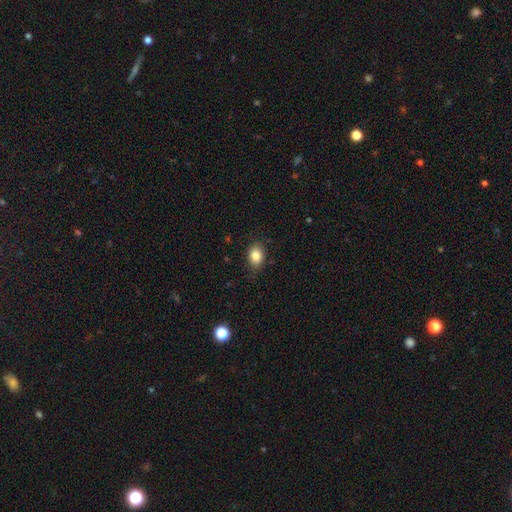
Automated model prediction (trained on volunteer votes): The model was most divided on "how rounded": in between: 75%, round: 24%, cigar-shaped: 1%. More confident: smooth or featured — smooth (84%); merging — none (82%).